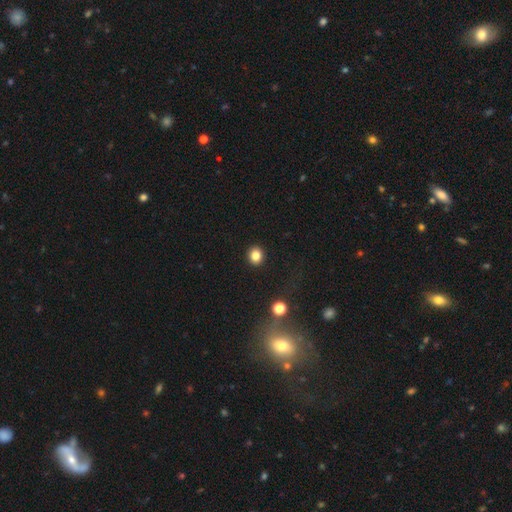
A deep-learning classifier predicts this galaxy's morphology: Overall: smooth (83%). How rounded: round (80%). Merging: none (92%).